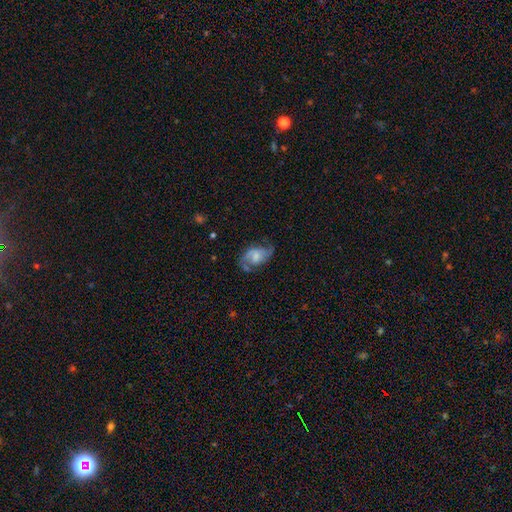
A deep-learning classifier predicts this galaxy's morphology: A featured or disk galaxy (71%) with no bar (47%), 2 (85%) medium (46%) spiral arms (91%) and a moderate central bulge (35%). Merging: none (61%).